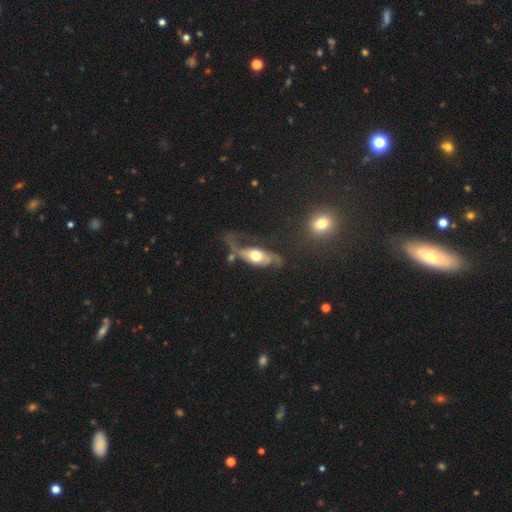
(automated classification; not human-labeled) Morphology: type=featured or disk (68%); edge-on=no (84%); bar=no (72%); spiral arms=yes (80%); bulge=moderate (61%); merging=major disturbance (37%).